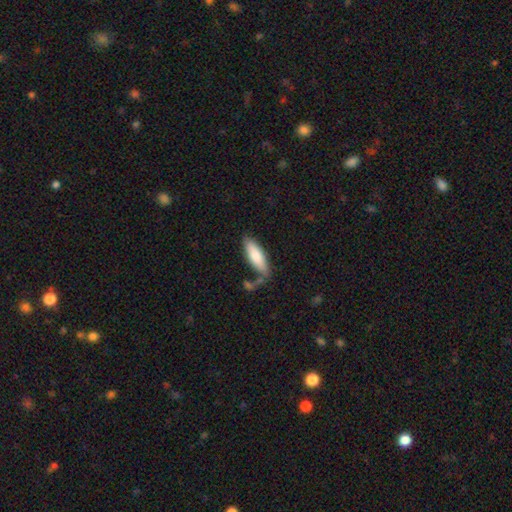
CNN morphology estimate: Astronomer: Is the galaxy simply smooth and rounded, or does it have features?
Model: smooth — 77%.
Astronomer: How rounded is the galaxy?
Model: in between — 59% (runner-up: cigar-shaped, 39%).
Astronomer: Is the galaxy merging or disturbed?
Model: none — 59%.